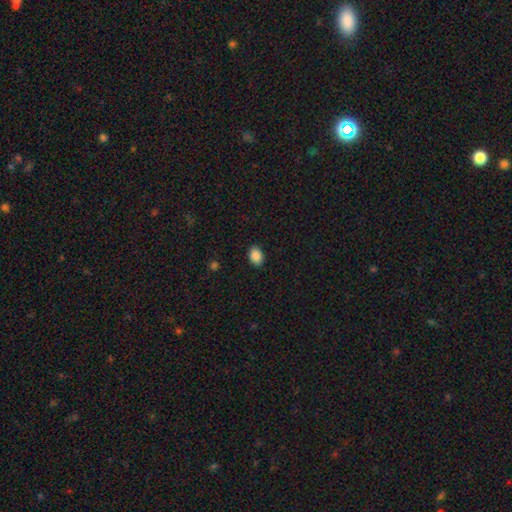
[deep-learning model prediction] Morphology: type=smooth (88%); roundness=in between (80%); merging=none (89%).